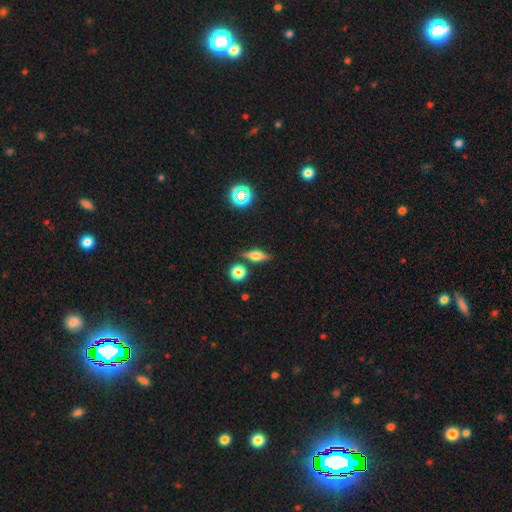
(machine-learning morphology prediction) smooth-or-featured: featured or disk: 51% | smooth: 37% | star or artifact: 12%
  disk-edge-on: yes: 93% | no: 7%
  merging: none: 80% | minor disturbance: 11% | merger: 6% | major disturbance: 3%